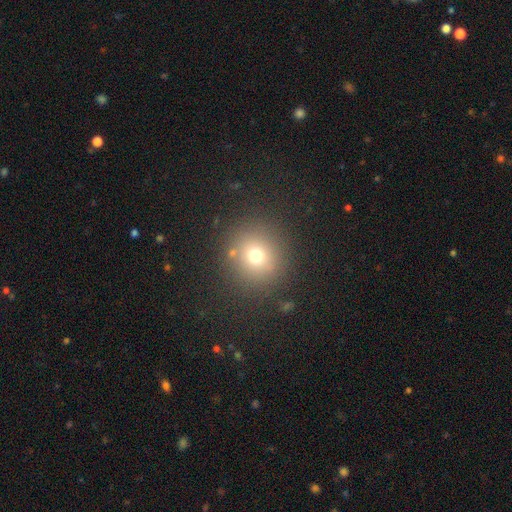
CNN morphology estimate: smooth-or-featured: smooth: 70% | star or artifact: 19% | featured or disk: 11%
  how-rounded: round: 90% | in between: 9% | cigar-shaped: 1%
  merging: none: 85% | minor disturbance: 8% | major disturbance: 4% | merger: 3%